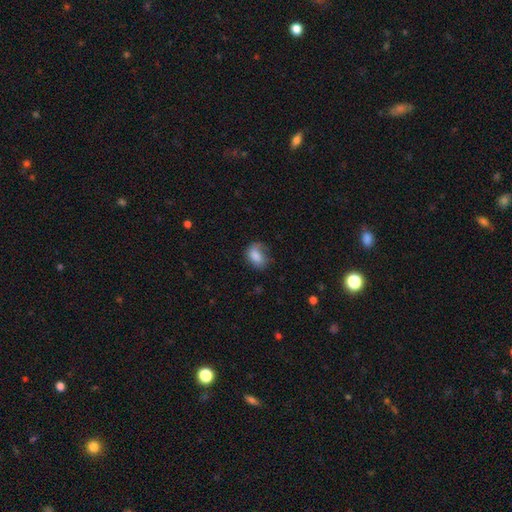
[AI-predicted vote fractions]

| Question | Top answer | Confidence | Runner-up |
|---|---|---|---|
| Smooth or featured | smooth | 75% | featured or disk (17%) |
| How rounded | in between | 77% | round (22%) |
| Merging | none | 49% | minor disturbance (30%) |